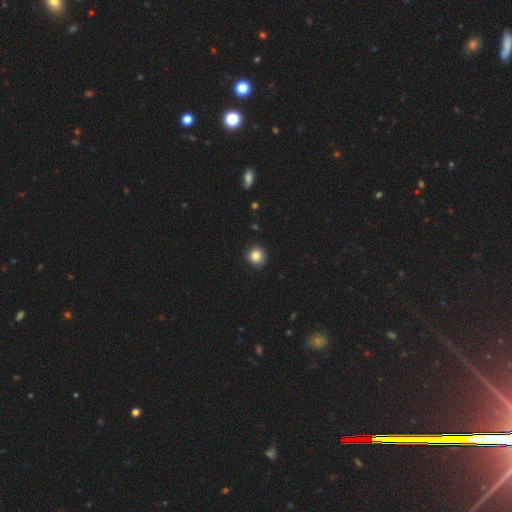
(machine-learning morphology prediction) A smooth galaxy with no disk features (85%) that is round (89%). Merging: none (85%).